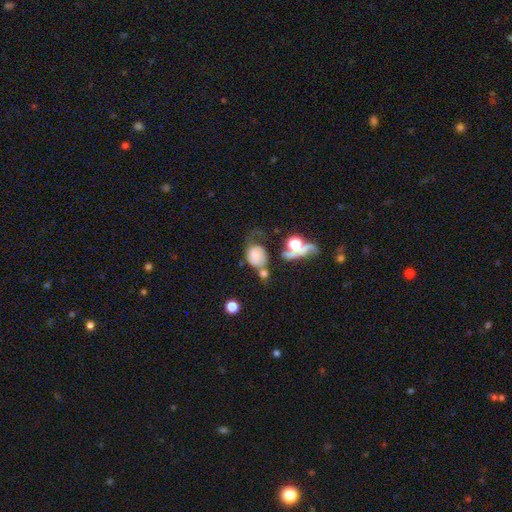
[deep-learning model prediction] Overall: smooth (49%; featured or disk 39%). Merging: major disturbance (30%; none 25%).